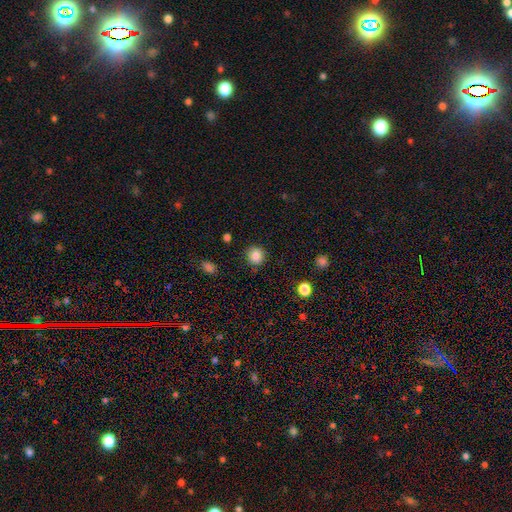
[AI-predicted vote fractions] Q: Smooth or featured?
A: smooth (84%); runner-up: star or artifact (10%)
Q: How rounded?
A: round (92%); runner-up: in between (7%)
Q: Merging?
A: none (89%); runner-up: minor disturbance (7%)